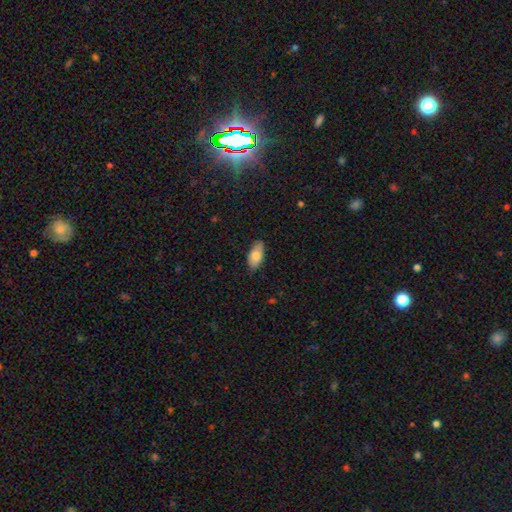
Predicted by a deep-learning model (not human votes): Q: Smooth or featured?
A: smooth (82%); runner-up: featured or disk (12%)
Q: How rounded?
A: in between (91%); runner-up: cigar-shaped (7%)
Q: Merging?
A: none (82%); runner-up: minor disturbance (14%)